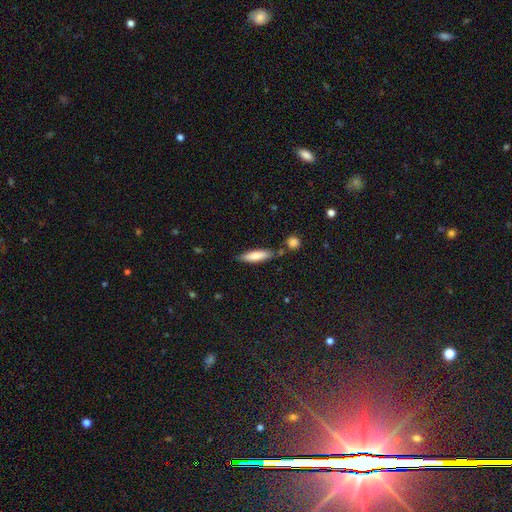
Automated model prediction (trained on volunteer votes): Smooth or featured?
  - smooth: 77% *
  - featured or disk: 17%
  - star or artifact: 7%
How rounded?
  - cigar-shaped: 67% *
  - in between: 31%
  - round: 2%
Merging?
  - none: 77% *
  - minor disturbance: 14%
  - merger: 6%
  - major disturbance: 3%